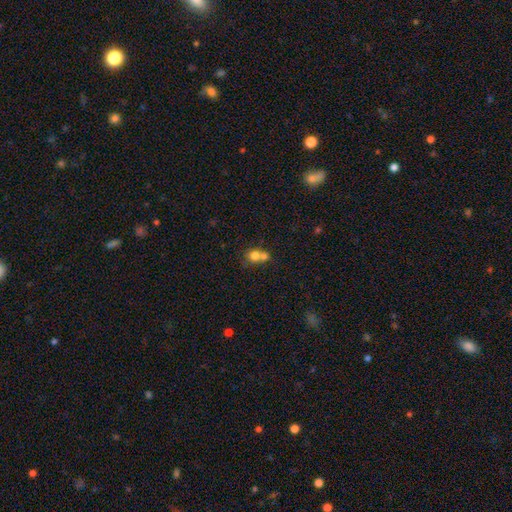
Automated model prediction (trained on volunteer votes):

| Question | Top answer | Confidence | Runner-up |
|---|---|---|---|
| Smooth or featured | smooth | 74% | featured or disk (15%) |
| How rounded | round | 72% | in between (27%) |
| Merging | merger | 61% | none (29%) |